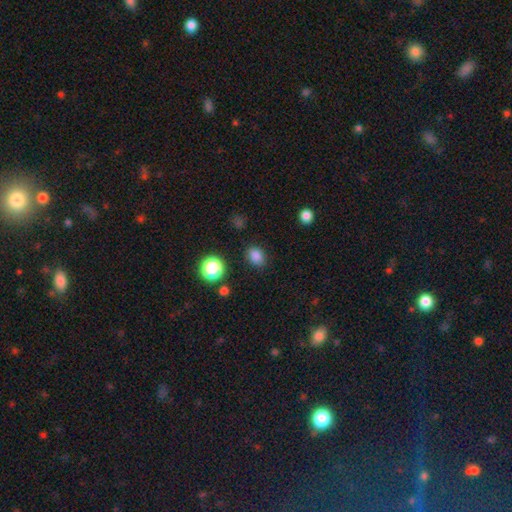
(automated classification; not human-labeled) Overall: smooth (82%). How rounded: in between (60%; round 39%). Merging: none (83%).